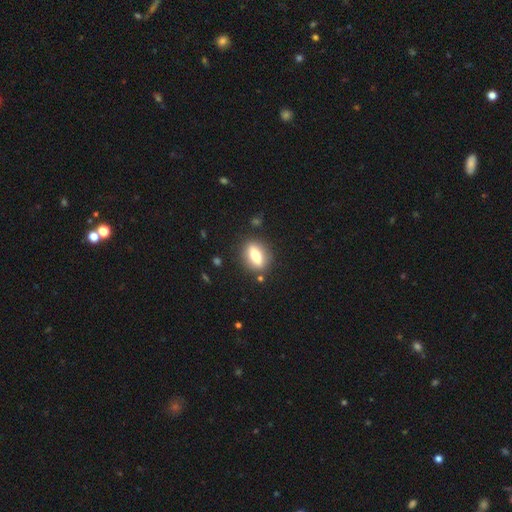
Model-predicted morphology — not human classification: Overall: smooth (58%; featured or disk 34%). How rounded: in between (60%; cigar-shaped 22%). Merging: none (85%).